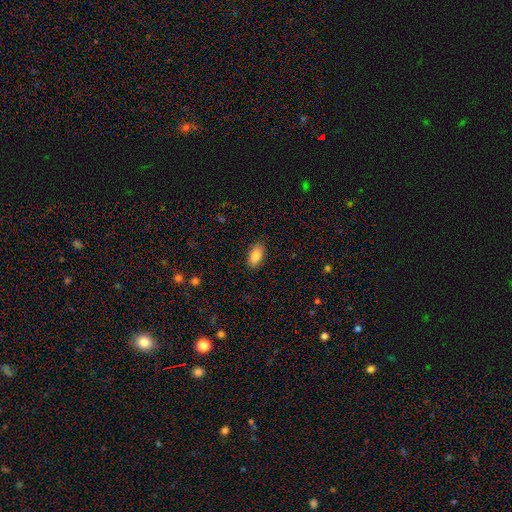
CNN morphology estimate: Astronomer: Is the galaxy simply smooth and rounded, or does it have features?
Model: smooth — 86%.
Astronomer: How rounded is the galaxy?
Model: in between — 93%.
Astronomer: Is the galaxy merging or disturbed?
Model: none — 87%.